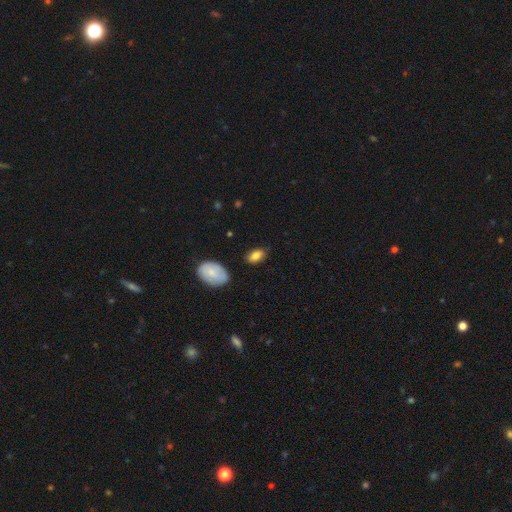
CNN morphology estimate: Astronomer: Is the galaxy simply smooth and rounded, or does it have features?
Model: smooth — 84%.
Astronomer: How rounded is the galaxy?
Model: in between — 91%.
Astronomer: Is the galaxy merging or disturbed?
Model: none — 78%.